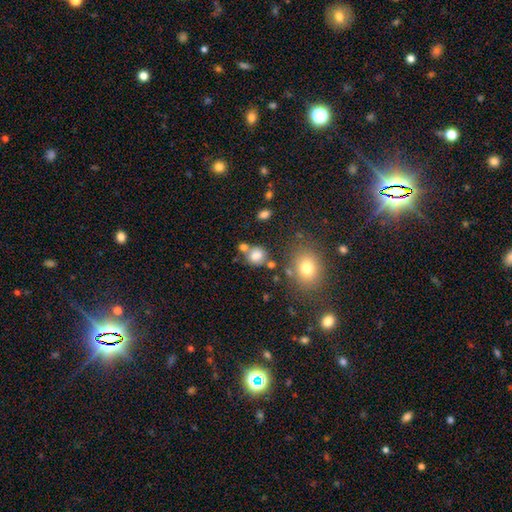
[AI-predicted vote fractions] Smooth or featured: smooth — 78% (star or artifact — 13%)
How rounded: round — 79% (in between — 20%)
Merging: none — 60% (merger — 22%)